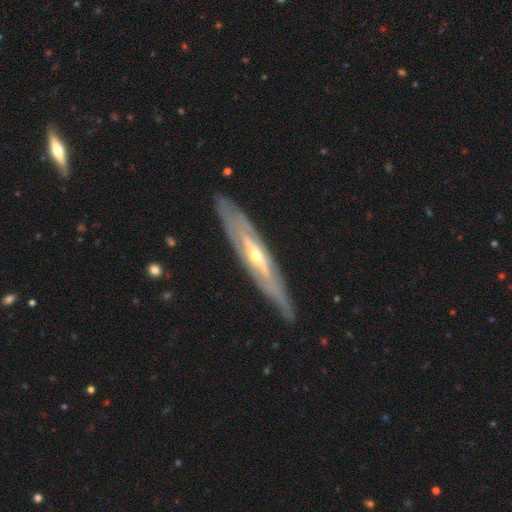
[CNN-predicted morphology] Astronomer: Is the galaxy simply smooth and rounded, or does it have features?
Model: featured or disk — 79%.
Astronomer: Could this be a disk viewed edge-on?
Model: yes — 55% (runner-up: no, 45%).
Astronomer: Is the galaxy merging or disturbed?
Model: none — 78%.